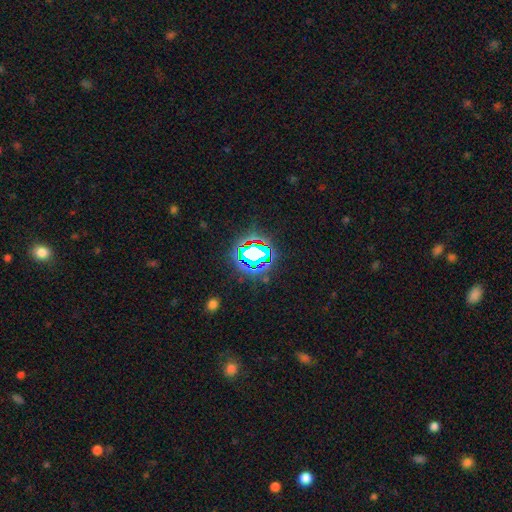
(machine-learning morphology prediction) star or artifact 67%, smooth 19%, featured or disk 14%.